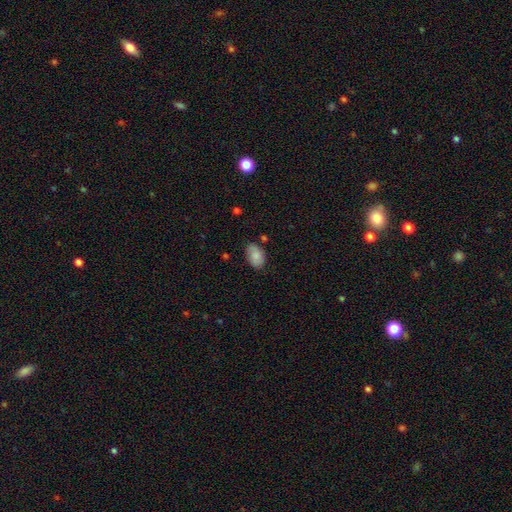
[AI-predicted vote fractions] The model was most divided on "merging": none: 73%, minor disturbance: 20%, major disturbance: 4%, merger: 3%. More confident: how rounded — in between (89%); smooth or featured — smooth (84%).